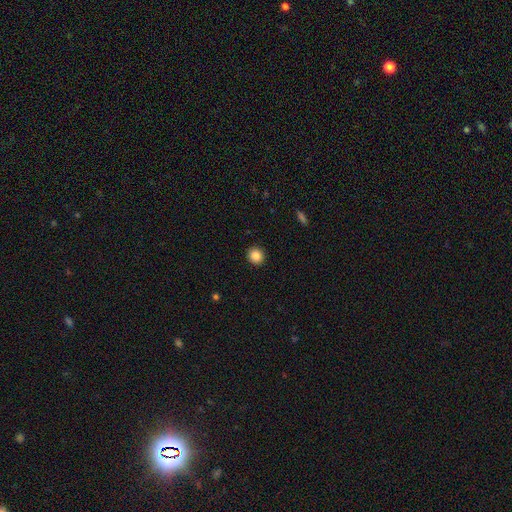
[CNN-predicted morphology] Smooth or featured?
  - smooth: 87% *
  - star or artifact: 10%
  - featured or disk: 4%
How rounded?
  - round: 89% *
  - in between: 10%
  - cigar-shaped: 1%
Merging?
  - none: 92% *
  - minor disturbance: 5%
  - major disturbance: 2%
  - merger: 1%